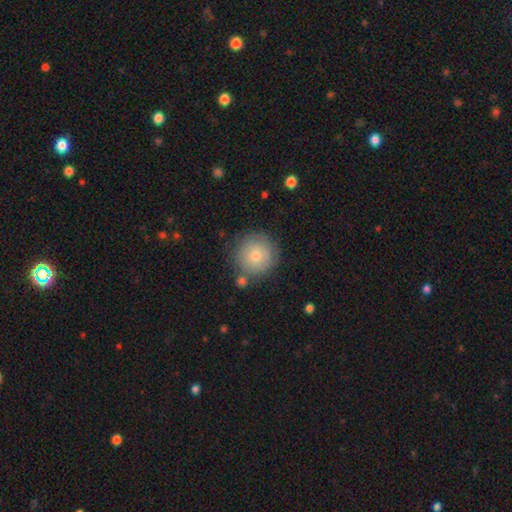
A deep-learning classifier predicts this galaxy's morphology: This is likely a smooth galaxy (68%). How rounded: clearly round (95%). Merging: clearly none (81%).